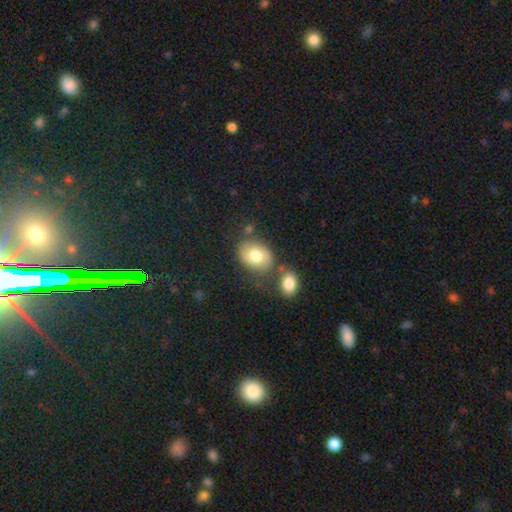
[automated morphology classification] smooth 69%, featured or disk 23%, star or artifact 8%. Down the decision tree: how rounded — in between (68%); merging — none (62%).